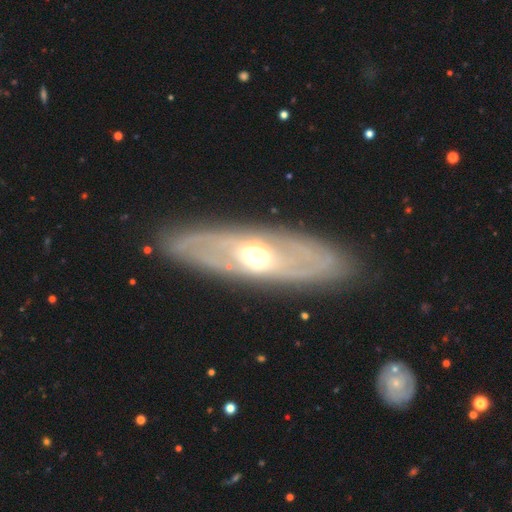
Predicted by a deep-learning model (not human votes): Smooth or featured?
  - featured or disk: 76% *
  - smooth: 19%
  - star or artifact: 5%
Edge-on disk?
  - no: 75% *
  - yes: 25%
Bar?
  - no: 69% *
  - weak: 23%
  - strong: 9%
Spiral arms?
  - yes: 59% *
  - no: 41%
Bulge size?
  - moderate: 70% *
  - large: 18%
  - small: 10%
  - dominant: 2%
  - none: 1%
Merging?
  - none: 86% *
  - minor disturbance: 10%
  - major disturbance: 3%
  - merger: 1%